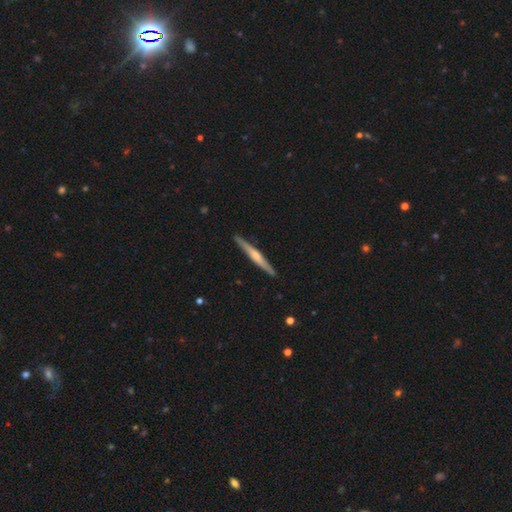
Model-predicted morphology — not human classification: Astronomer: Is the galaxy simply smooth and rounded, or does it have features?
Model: featured or disk — 66%.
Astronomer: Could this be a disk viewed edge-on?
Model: yes — 98%.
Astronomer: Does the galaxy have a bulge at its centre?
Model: rounded — 71%.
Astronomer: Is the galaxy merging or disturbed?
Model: none — 91%.